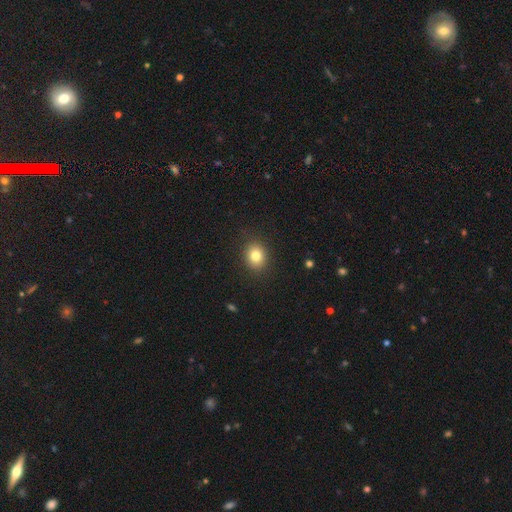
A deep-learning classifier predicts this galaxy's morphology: This appears to be a smooth galaxy with no disk features (81%) that is round (63%). Merging: none (89%).